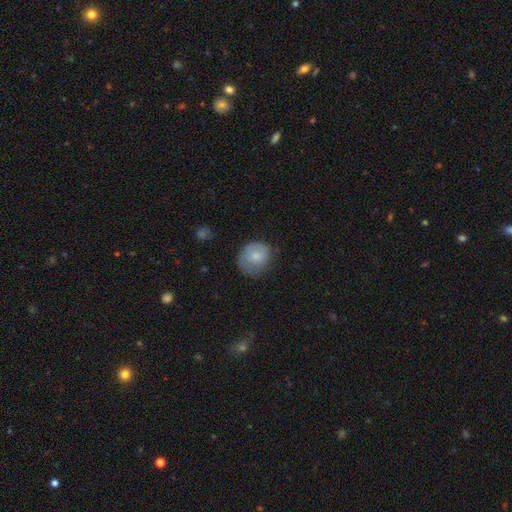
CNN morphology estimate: A smooth galaxy with no disk features (76%) that is round (72%). Merging: none (59%).